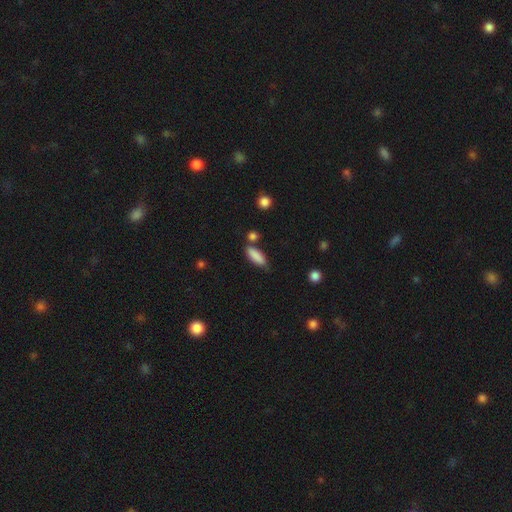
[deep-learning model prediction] Smooth or featured?
  - smooth: 86% *
  - featured or disk: 8%
  - star or artifact: 7%
How rounded?
  - in between: 59% *
  - cigar-shaped: 38%
  - round: 2%
Merging?
  - none: 68% *
  - minor disturbance: 19%
  - merger: 8%
  - major disturbance: 4%